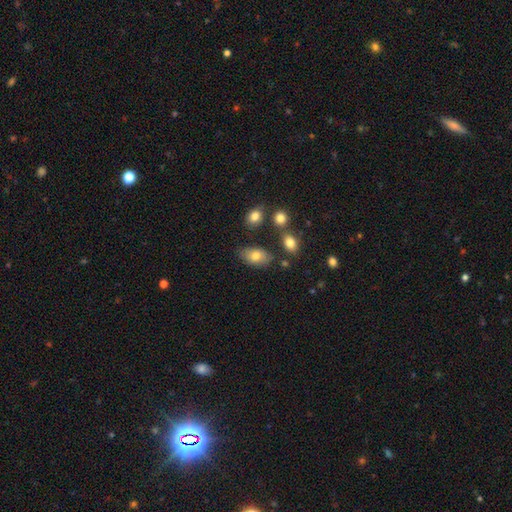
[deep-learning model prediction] This appears to be a smooth galaxy with no disk features (77%) that is in between round and cigar-shaped (90%). Merging: none (74%).